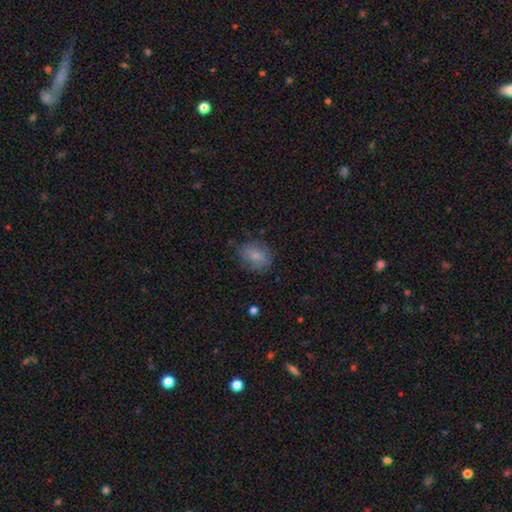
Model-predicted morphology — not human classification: Q: Smooth or featured?
A: smooth (71%); runner-up: featured or disk (21%)
Q: How rounded?
A: in between (56%); runner-up: round (42%)
Q: Merging?
A: none (71%); runner-up: minor disturbance (21%)